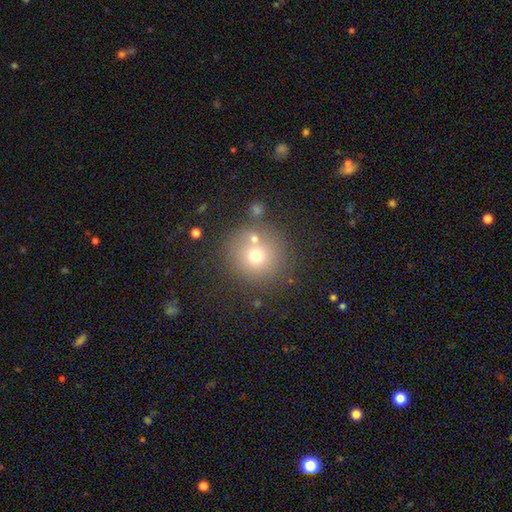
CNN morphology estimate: A smooth galaxy with no disk features (67%) that is round (94%).

Vote fractions:
- Smooth or featured? smooth: 67% / star or artifact: 18% / featured or disk: 15%
- How rounded? round: 94% / in between: 5% / cigar-shaped: 1%
- Merging? none: 72% / merger: 14% / minor disturbance: 9% / major disturbance: 5%